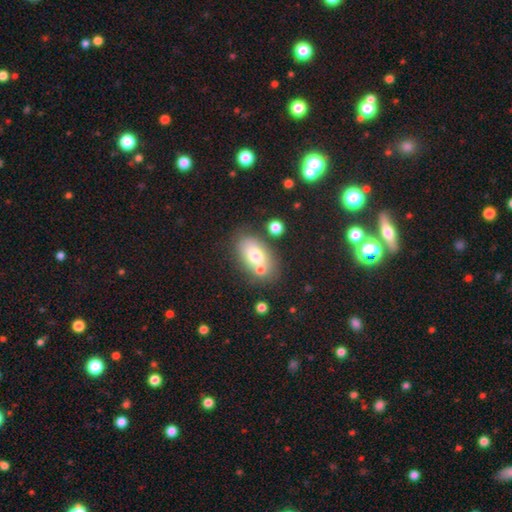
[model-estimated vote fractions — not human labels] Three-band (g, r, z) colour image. It shows a smooth galaxy with no disk features (68%) that is in between round and cigar-shaped (87%). Merging: none (55%).